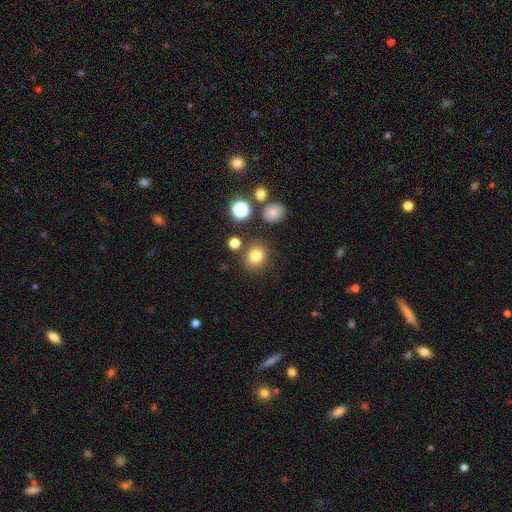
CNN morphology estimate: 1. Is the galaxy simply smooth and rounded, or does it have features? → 78% smooth, 15% star or artifact, 7% featured or disk.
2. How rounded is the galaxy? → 85% round, 14% in between, 1% cigar-shaped.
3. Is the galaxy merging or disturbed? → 82% none, 9% minor disturbance, 5% merger, 4% major disturbance.